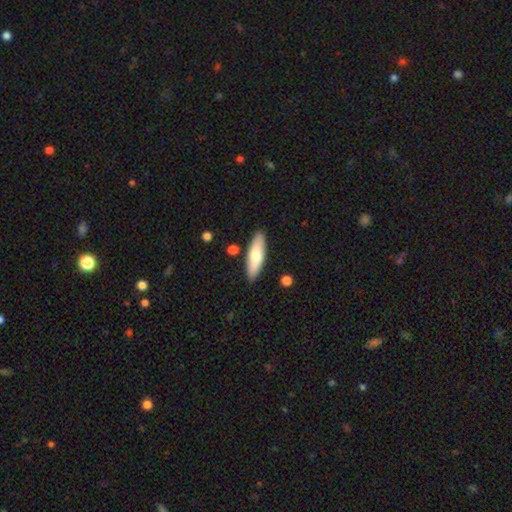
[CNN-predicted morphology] This is likely a smooth galaxy (70%). How rounded: possibly cigar-shaped (50%). Merging: clearly none (87%).